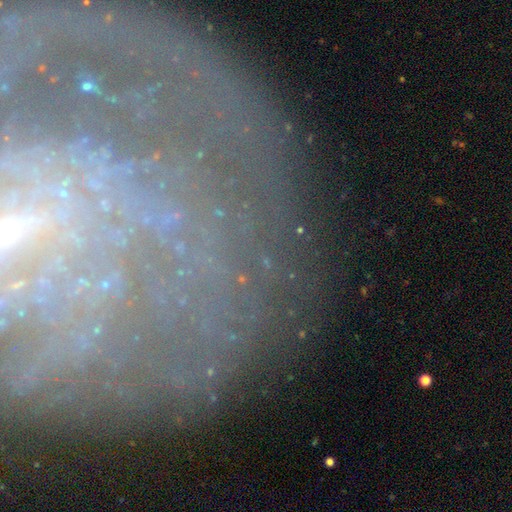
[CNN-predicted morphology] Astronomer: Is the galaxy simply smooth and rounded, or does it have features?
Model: featured or disk — 58%.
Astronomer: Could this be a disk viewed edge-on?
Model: no — 84%.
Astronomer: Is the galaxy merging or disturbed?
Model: none — 64%.